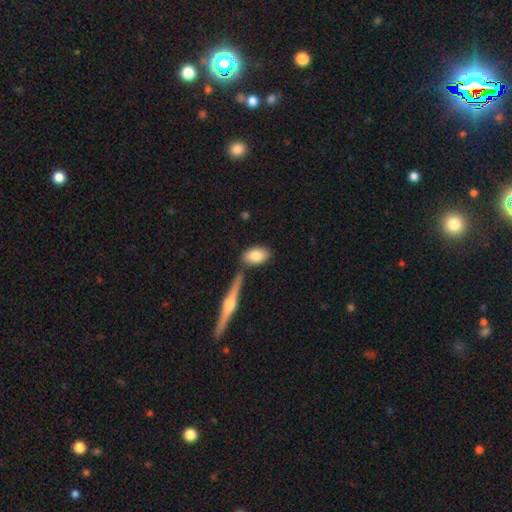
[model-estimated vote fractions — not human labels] Smooth or featured? Predicted: smooth (p=0.79). How rounded? Predicted: in between (p=0.89). Merging? Predicted: none (p=0.69).